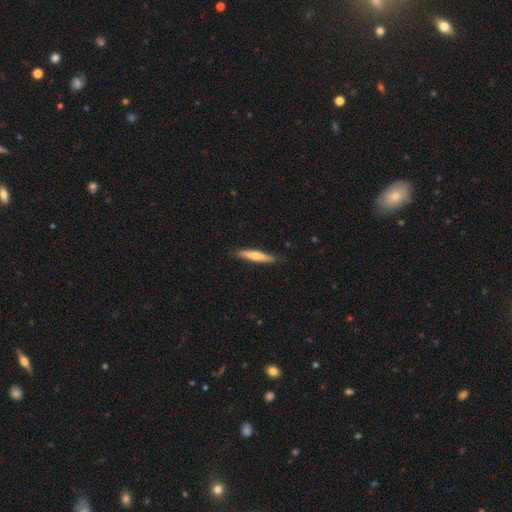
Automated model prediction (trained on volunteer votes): This is likely a smooth galaxy (61%). How rounded: clearly cigar-shaped (90%). Merging: clearly none (86%).